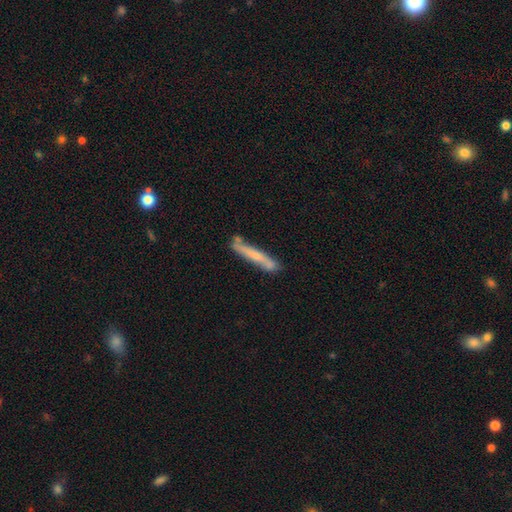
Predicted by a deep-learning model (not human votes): featured or disk 52%, smooth 42%, star or artifact 6%. Down the decision tree: edge-on disk — yes (81%); merging — none (70%).